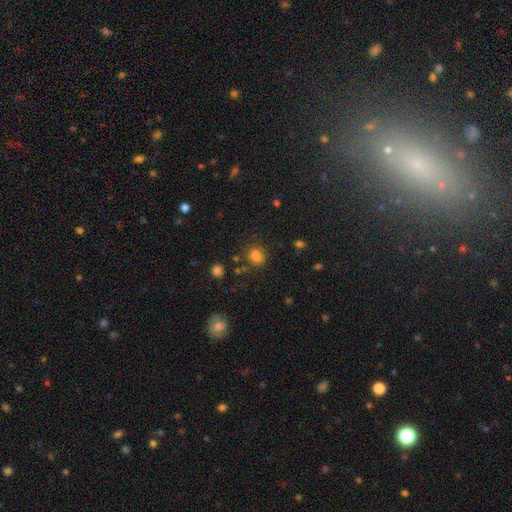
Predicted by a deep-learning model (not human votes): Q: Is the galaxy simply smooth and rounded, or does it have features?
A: smooth — 79%.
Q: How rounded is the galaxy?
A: round — 61%.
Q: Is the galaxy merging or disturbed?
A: none — 72%.